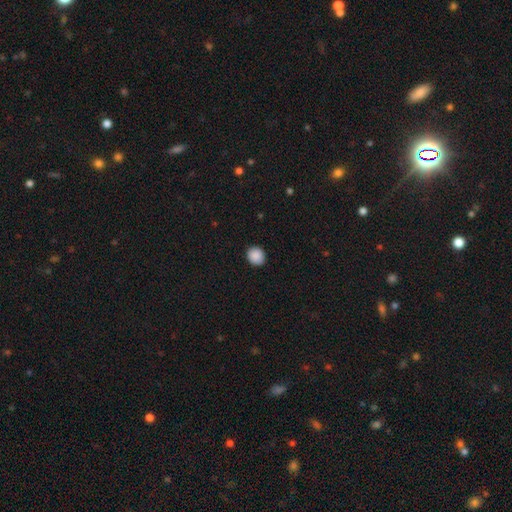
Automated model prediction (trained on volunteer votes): Overall: smooth (90%). How rounded: round (80%). Merging: none (91%).